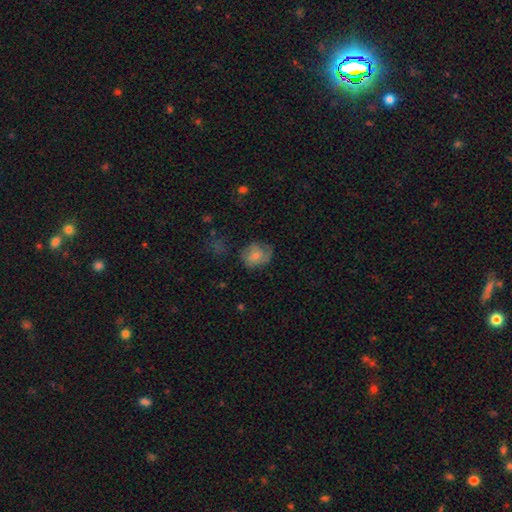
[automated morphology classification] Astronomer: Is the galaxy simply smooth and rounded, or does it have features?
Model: smooth — 55% (runner-up: featured or disk, 37%).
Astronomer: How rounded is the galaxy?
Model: round — 60% (runner-up: in between, 39%).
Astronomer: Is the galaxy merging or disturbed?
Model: none — 54%.